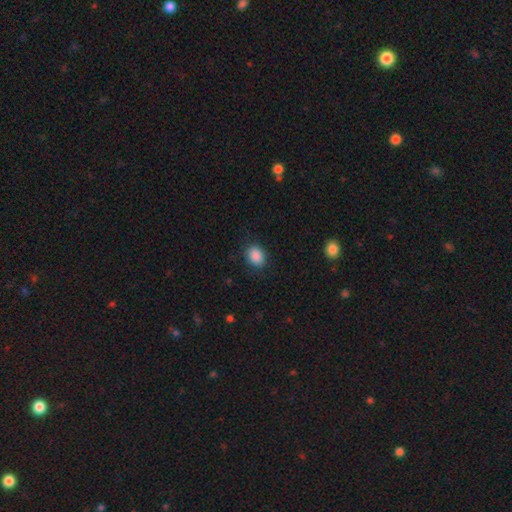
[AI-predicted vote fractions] smooth-or-featured: smooth: 88% | star or artifact: 9% | featured or disk: 3%
  how-rounded: in between: 57% | round: 42% | cigar-shaped: 1%
  merging: none: 86% | minor disturbance: 10% | major disturbance: 3% | merger: 1%